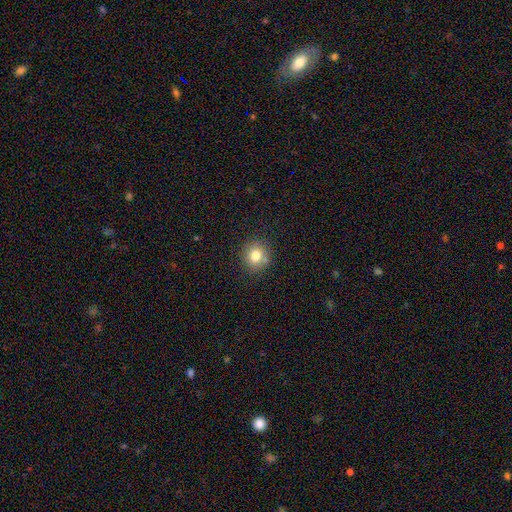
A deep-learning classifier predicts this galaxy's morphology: smooth-or-featured: smooth: 78% | star or artifact: 12% | featured or disk: 11%
  how-rounded: round: 82% | in between: 17% | cigar-shaped: 1%
  merging: none: 78% | minor disturbance: 11% | merger: 8% | major disturbance: 3%